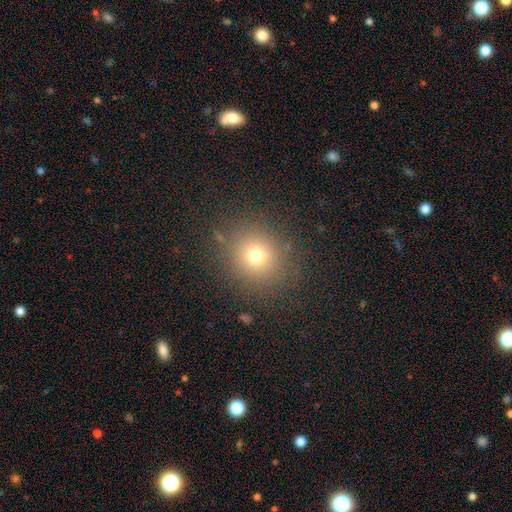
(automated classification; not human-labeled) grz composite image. It shows a smooth galaxy with no disk features (71%) that is round (87%). Merging: none (86%).